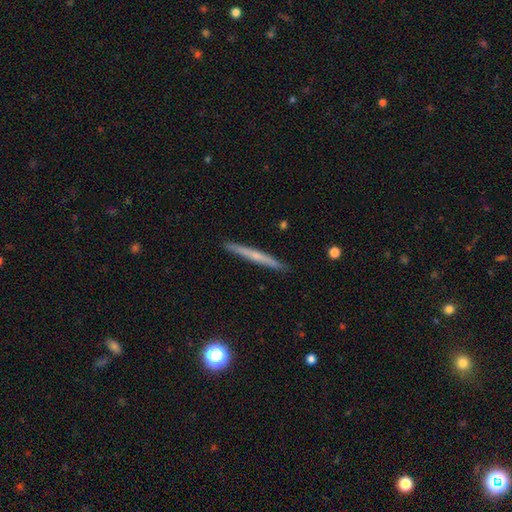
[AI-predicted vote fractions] Smooth or featured: featured or disk — 50% (smooth — 44%)
Merging: none — 91% (minor disturbance — 6%)